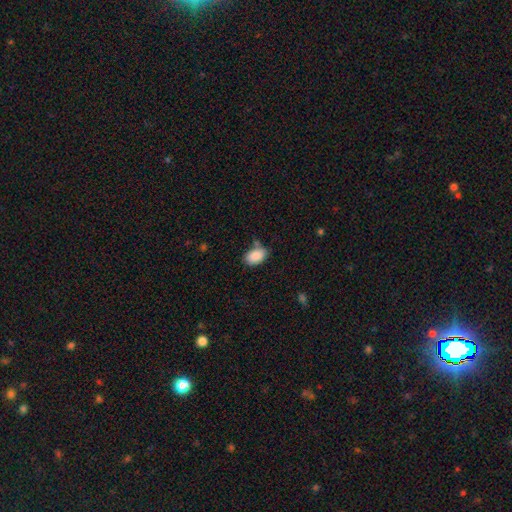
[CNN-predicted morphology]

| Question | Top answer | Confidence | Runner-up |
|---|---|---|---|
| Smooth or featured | smooth | 88% | star or artifact (7%) |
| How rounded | in between | 91% | round (8%) |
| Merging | none | 69% | minor disturbance (19%) |